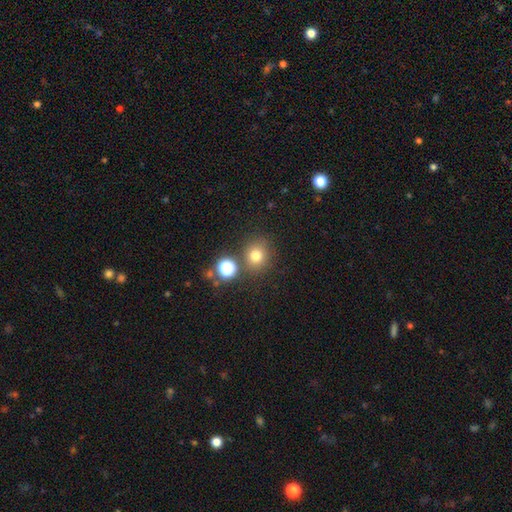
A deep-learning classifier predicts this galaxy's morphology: type=smooth (74%); roundness=round (84%); merging=none (78%).